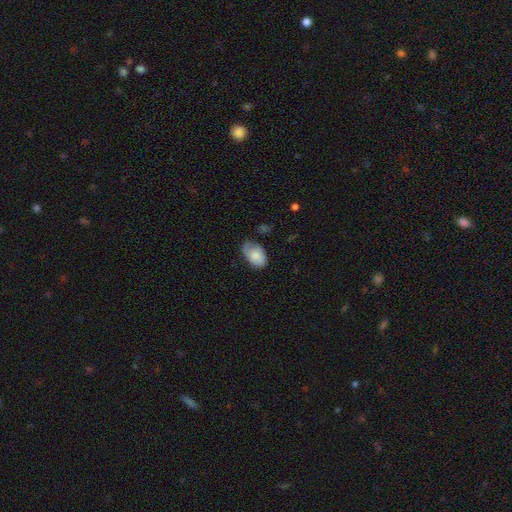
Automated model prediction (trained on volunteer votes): smooth_or_featured: smooth (p=0.78) [alt: featured or disk p=0.16]
how_rounded: in between (p=0.90) [alt: round p=0.08]
merging: none (p=0.52) [alt: minor disturbance p=0.35]